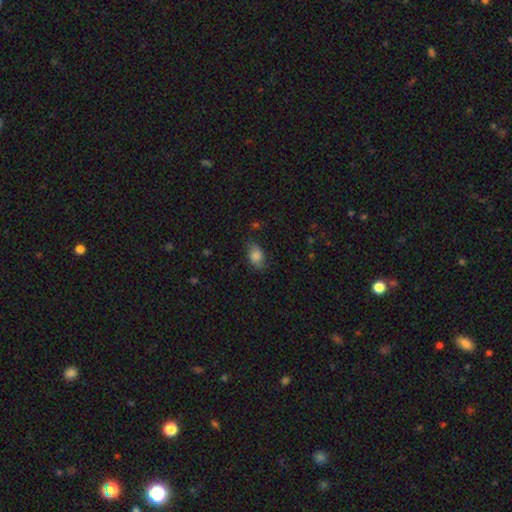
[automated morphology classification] smooth 77%, featured or disk 14%, star or artifact 9%. Down the decision tree: how rounded — in between (82%); merging — none (67%).